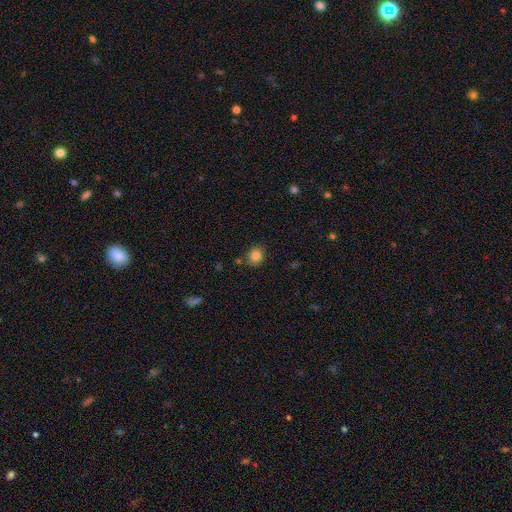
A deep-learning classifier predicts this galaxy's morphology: This appears to be a smooth galaxy with no disk features (83%) that is round (74%). Merging: none (81%).